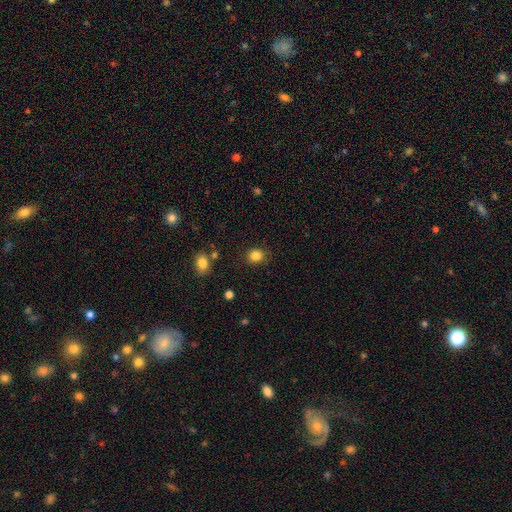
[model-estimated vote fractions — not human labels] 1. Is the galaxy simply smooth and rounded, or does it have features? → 84% smooth, 11% star or artifact, 5% featured or disk.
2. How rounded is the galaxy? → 77% round, 22% in between, 1% cigar-shaped.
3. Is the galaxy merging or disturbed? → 84% none, 11% minor disturbance, 3% major disturbance, 2% merger.